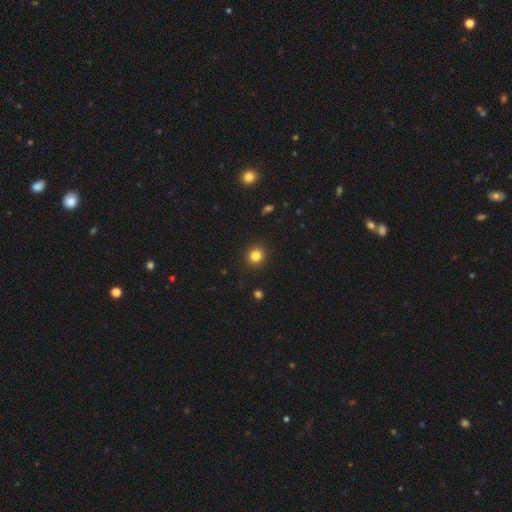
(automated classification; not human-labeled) A smooth galaxy with no disk features (83%) that is round (90%).

Vote fractions:
- Smooth or featured? smooth: 83% / star or artifact: 13% / featured or disk: 5%
- How rounded? round: 90% / in between: 9% / cigar-shaped: 1%
- Merging? none: 92% / minor disturbance: 5% / major disturbance: 2% / merger: 1%